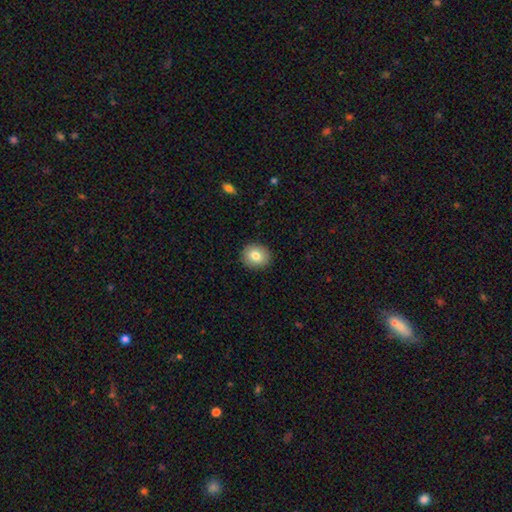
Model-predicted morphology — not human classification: Q: Smooth or featured?
A: smooth (80%); runner-up: featured or disk (11%)
Q: How rounded?
A: round (73%); runner-up: in between (26%)
Q: Merging?
A: none (91%); runner-up: minor disturbance (6%)